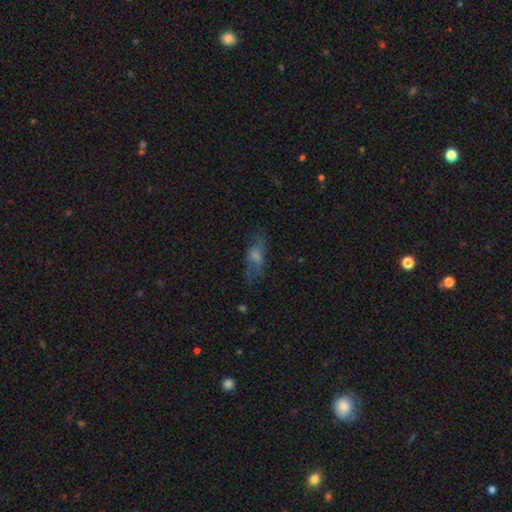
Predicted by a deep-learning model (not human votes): Smooth or featured? featured or disk (44%)
Merging? none (62%)